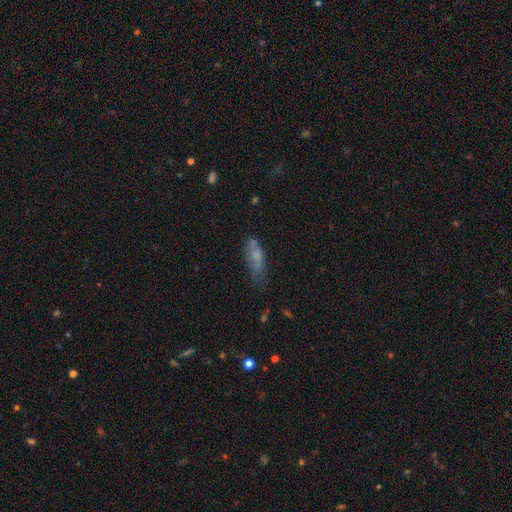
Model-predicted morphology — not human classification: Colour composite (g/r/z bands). It shows a smooth galaxy with no disk features (64%) that is in between round and cigar-shaped (55%). Merging: none (41%).